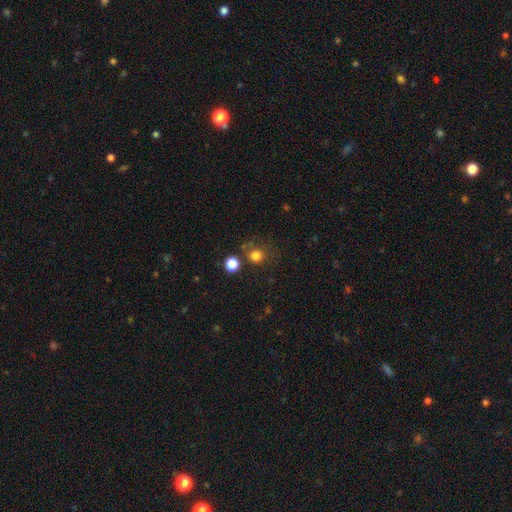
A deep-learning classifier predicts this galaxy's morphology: The model was most divided on "merging": none: 71%, merger: 12%, minor disturbance: 12%, major disturbance: 6%. More confident: how rounded — round (88%); smooth or featured — smooth (79%).